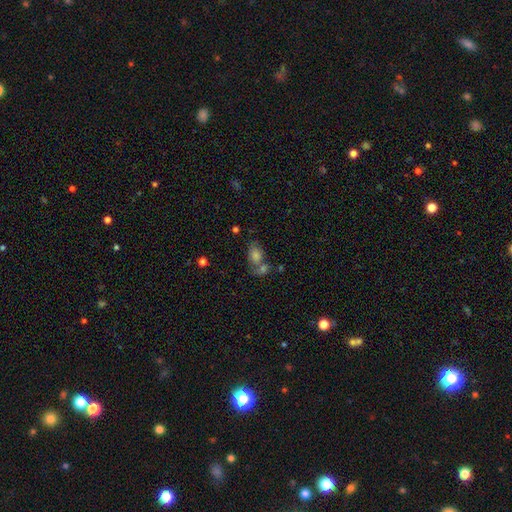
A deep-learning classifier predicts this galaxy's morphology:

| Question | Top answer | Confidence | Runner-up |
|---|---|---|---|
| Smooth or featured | smooth | 58% | featured or disk (21%) |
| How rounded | in between | 73% | round (24%) |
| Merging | none | 43% | merger (36%) |